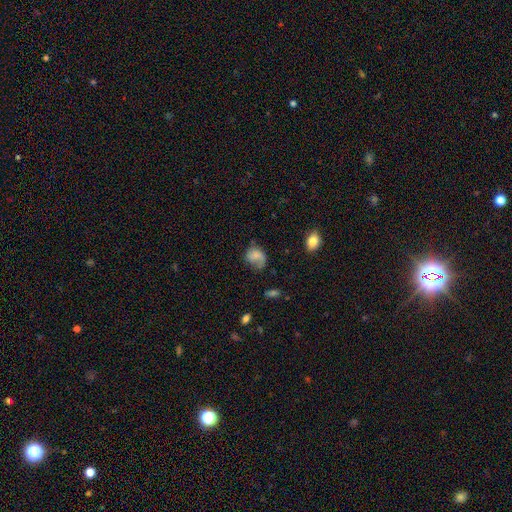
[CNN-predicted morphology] smooth_or_featured: smooth (p=0.55) [alt: featured or disk p=0.36]
how_rounded: in between (p=0.49) [tied with: round p=0.49]
merging: none (p=0.47) [alt: minor disturbance p=0.29]